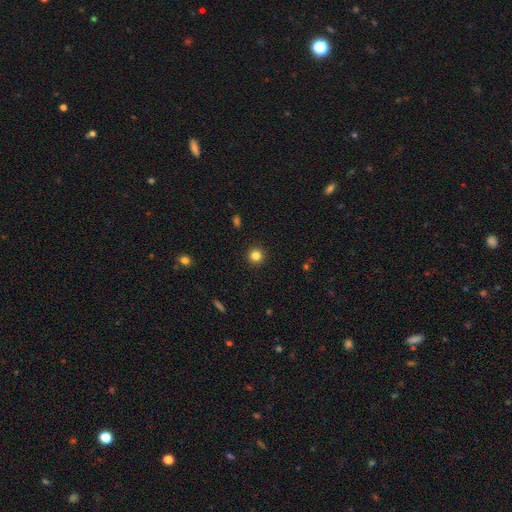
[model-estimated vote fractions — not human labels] The model was most divided on "smooth or featured": smooth: 83%, star or artifact: 12%, featured or disk: 5%. More confident: how rounded — round (95%); merging — none (93%).